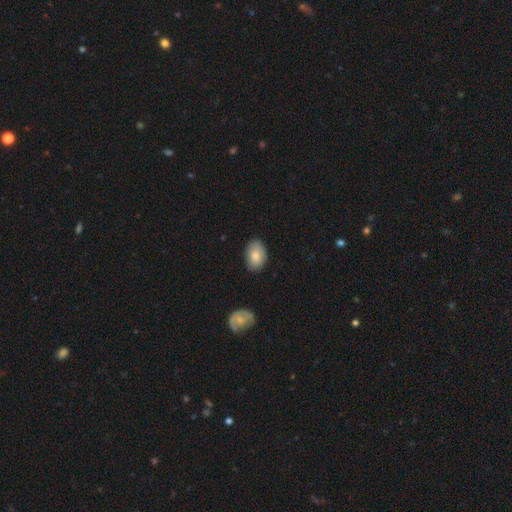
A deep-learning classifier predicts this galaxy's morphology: Q: Smooth or featured?
A: smooth (80%); runner-up: featured or disk (13%)
Q: How rounded?
A: in between (85%); runner-up: round (14%)
Q: Merging?
A: none (81%); runner-up: minor disturbance (15%)